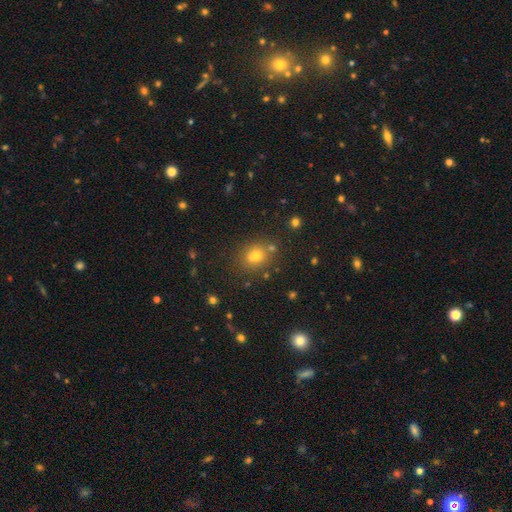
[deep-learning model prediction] Q: Smooth or featured?
A: smooth (65%); runner-up: star or artifact (22%)
Q: How rounded?
A: round (70%); runner-up: in between (29%)
Q: Merging?
A: none (65%); runner-up: merger (20%)